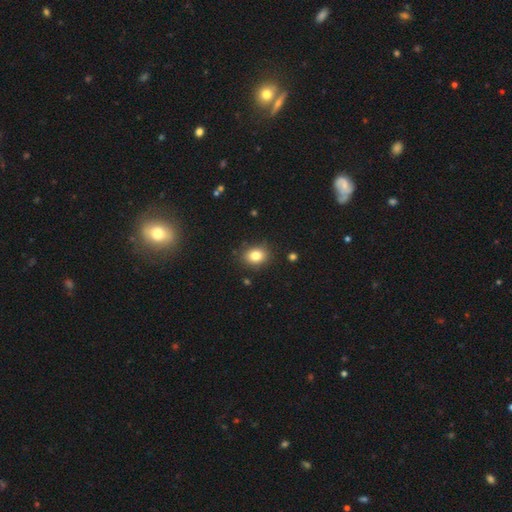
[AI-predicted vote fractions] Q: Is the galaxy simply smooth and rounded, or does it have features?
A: smooth — 82%.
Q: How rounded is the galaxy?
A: in between — 55%.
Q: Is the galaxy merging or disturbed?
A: none — 84%.